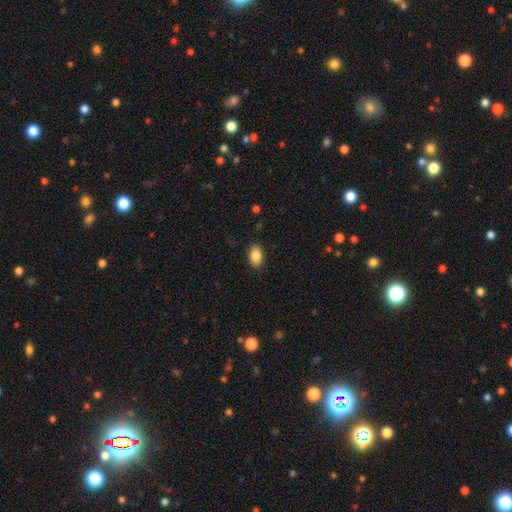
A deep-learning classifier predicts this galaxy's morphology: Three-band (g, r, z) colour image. It shows a smooth galaxy with no disk features (86%) that is in between round and cigar-shaped (90%). Merging: none (88%).